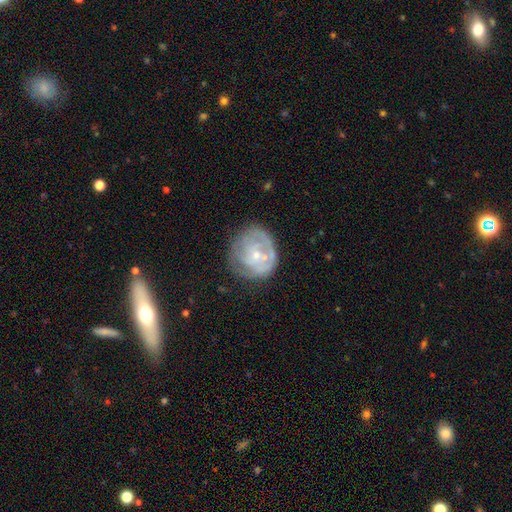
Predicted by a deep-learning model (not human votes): Smooth or featured: featured or disk — 62% (smooth — 30%)
Edge-on disk: no — 98% (yes — 2%)
Bar: no — 78% (weak — 19%)
Spiral arms: yes — 56% (no — 44%)
Bulge size: small — 69% (moderate — 23%)
Merging: none — 58% (minor disturbance — 24%)